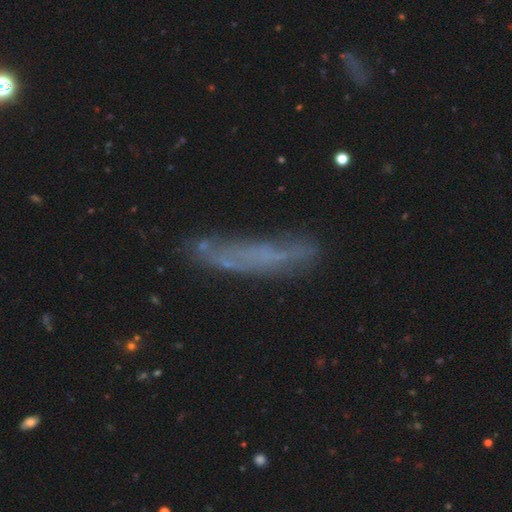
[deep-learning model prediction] Smooth or featured?
  - smooth: 46% *
  - featured or disk: 39%
  - star or artifact: 15%
Merging?
  - none: 60% *
  - minor disturbance: 22%
  - major disturbance: 13%
  - merger: 5%